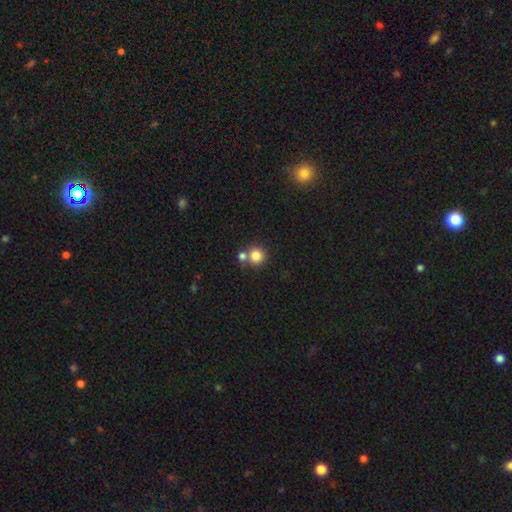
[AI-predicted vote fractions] This appears to be a smooth galaxy with no disk features (82%) that is round (92%). Merging: none (61%).